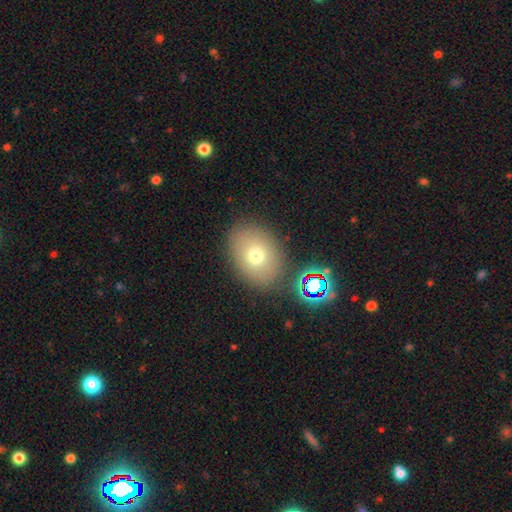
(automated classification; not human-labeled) Smooth or featured: smooth — 72% (featured or disk — 15%)
How rounded: in between — 64% (round — 35%)
Merging: none — 81% (minor disturbance — 10%)